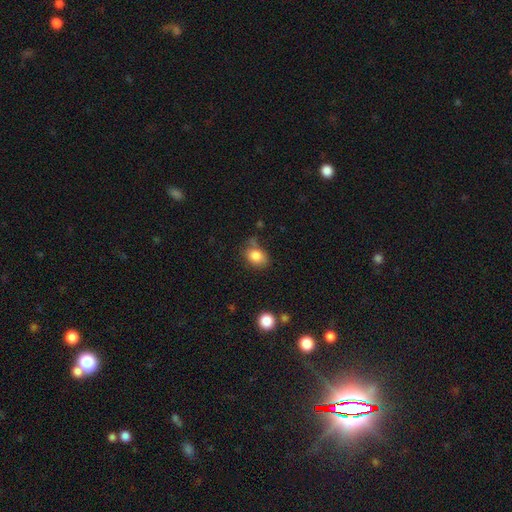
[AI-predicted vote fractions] A smooth galaxy with no disk features (83%) that is in between round and cigar-shaped (66%).

Vote fractions:
- Smooth or featured? smooth: 83% / star or artifact: 10% / featured or disk: 7%
- How rounded? in between: 66% / round: 33% / cigar-shaped: 1%
- Merging? none: 60% / minor disturbance: 24% / merger: 8% / major disturbance: 7%